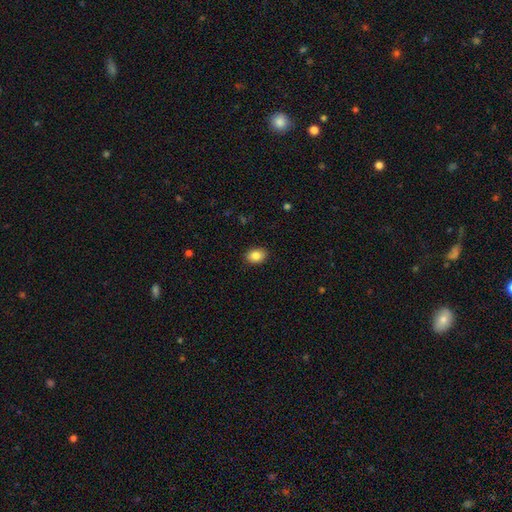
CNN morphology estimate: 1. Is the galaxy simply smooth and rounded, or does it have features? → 86% smooth, 8% star or artifact, 6% featured or disk.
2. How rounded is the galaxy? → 75% in between, 24% round, 1% cigar-shaped.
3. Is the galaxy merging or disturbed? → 89% none, 8% minor disturbance, 2% major disturbance, 1% merger.